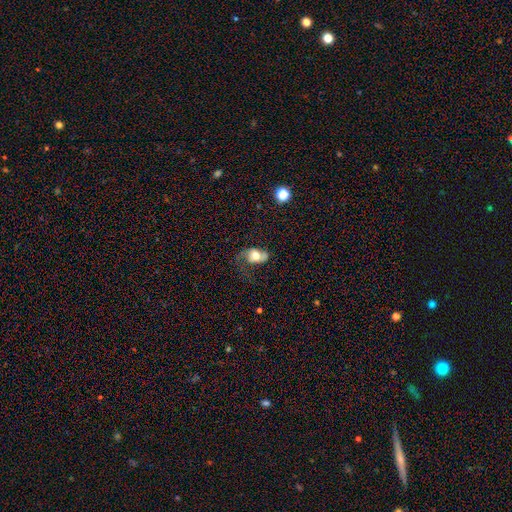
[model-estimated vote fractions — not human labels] This appears to be a smooth galaxy with no disk features (47%). Merging: none (36%, tied with major disturbance).